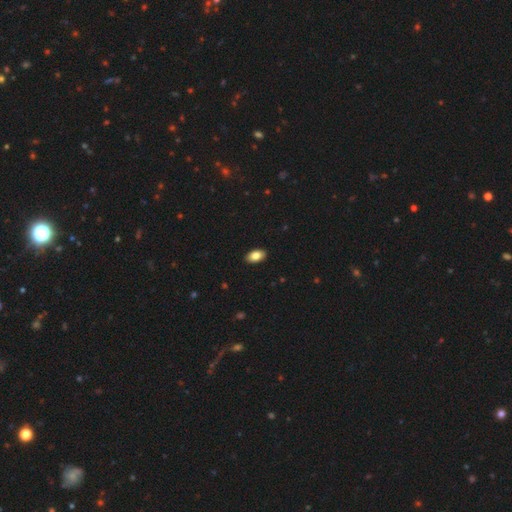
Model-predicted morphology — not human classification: smooth_or_featured: smooth (p=0.85) [alt: featured or disk p=0.08]
how_rounded: in between (p=0.93) [alt: round p=0.06]
merging: none (p=0.90) [alt: minor disturbance p=0.07]